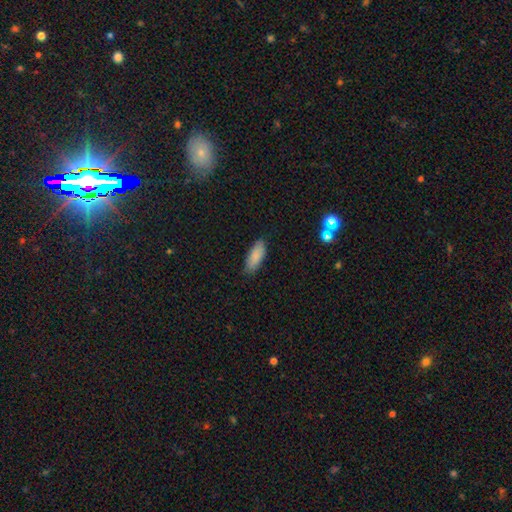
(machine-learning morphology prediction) A smooth galaxy with no disk features (86%) that is in between round and cigar-shaped (74%).

Vote fractions:
- Smooth or featured? smooth: 86% / featured or disk: 7% / star or artifact: 7%
- How rounded? in between: 74% / cigar-shaped: 24% / round: 2%
- Merging? none: 81% / minor disturbance: 15% / major disturbance: 3% / merger: 1%